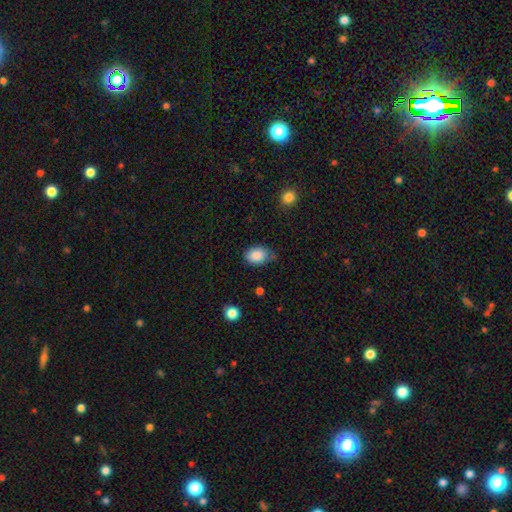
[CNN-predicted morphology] smooth-or-featured: smooth: 87% | star or artifact: 8% | featured or disk: 5%
  how-rounded: in between: 77% | round: 22% | cigar-shaped: 1%
  merging: none: 68% | minor disturbance: 25% | major disturbance: 4% | merger: 3%